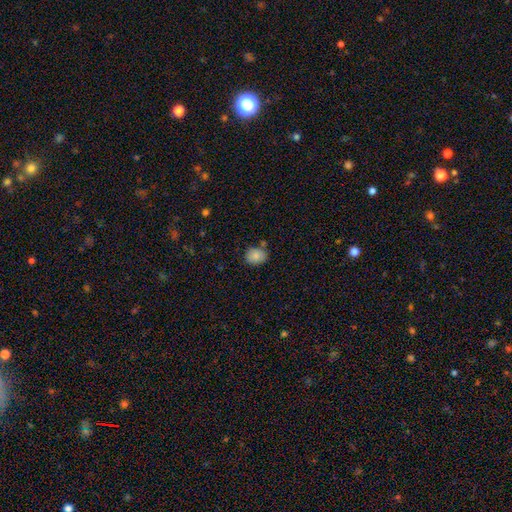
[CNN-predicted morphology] A smooth galaxy with no disk features (86%) that is round (60%). Merging: none (75%).